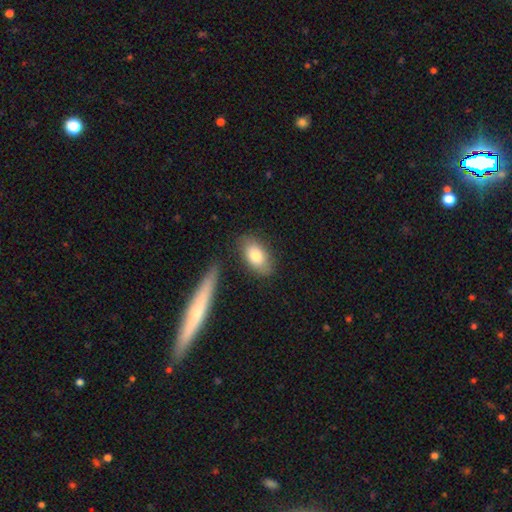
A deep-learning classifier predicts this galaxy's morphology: type=smooth (78%); roundness=in between (89%); merging=none (78%).